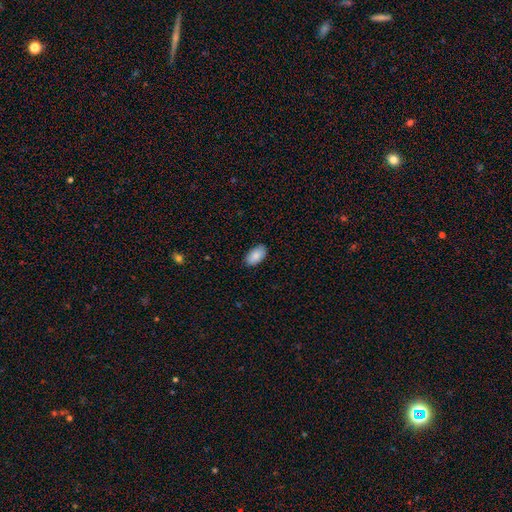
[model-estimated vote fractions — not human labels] This appears to be a smooth galaxy with no disk features (87%) that is in between round and cigar-shaped (95%). Merging: none (88%).